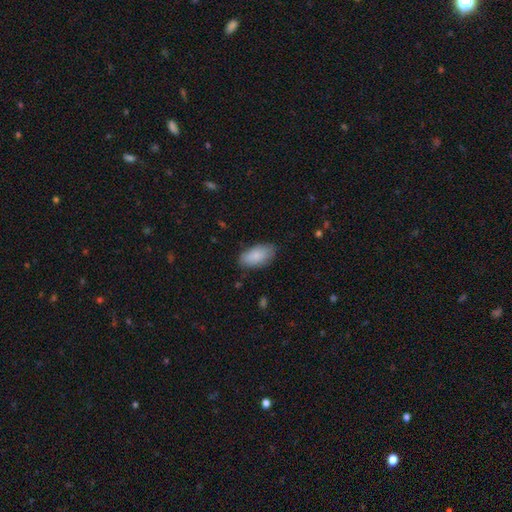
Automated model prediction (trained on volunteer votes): A smooth galaxy with no disk features (82%) that is in between round and cigar-shaped (94%). Merging: none (76%).